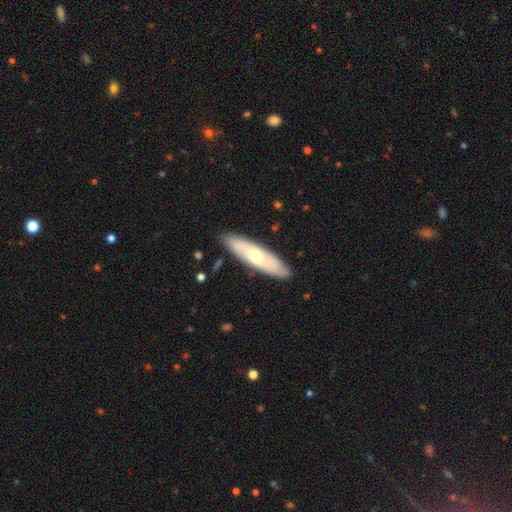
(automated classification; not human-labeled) Overall: smooth (50%; featured or disk 45%). How rounded: cigar-shaped (62%; in between 36%). Merging: none (87%).